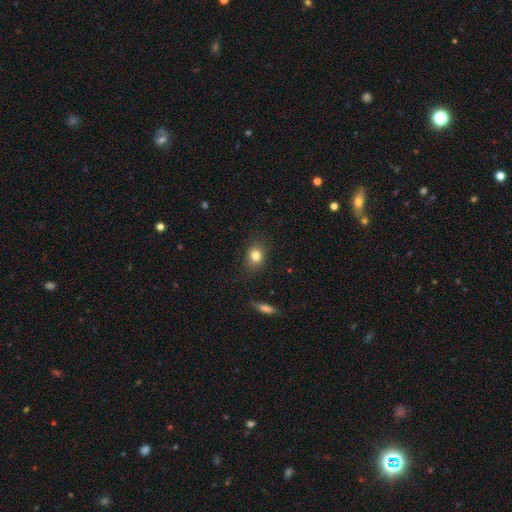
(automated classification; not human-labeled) A smooth galaxy with no disk features (81%) that is round (53%). Merging: none (84%).